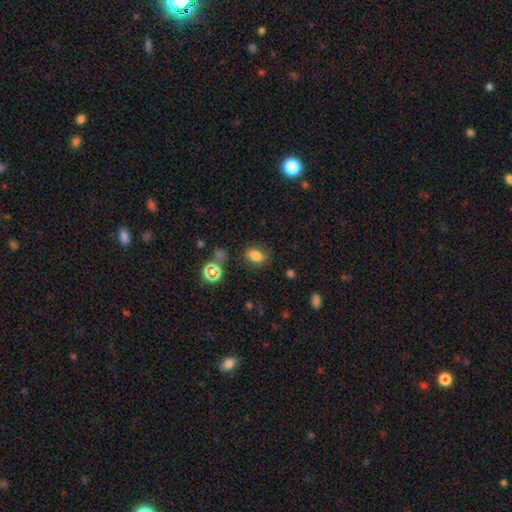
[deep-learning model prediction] This appears to be a smooth galaxy with no disk features (77%) that is in between round and cigar-shaped (79%). Merging: none (78%).